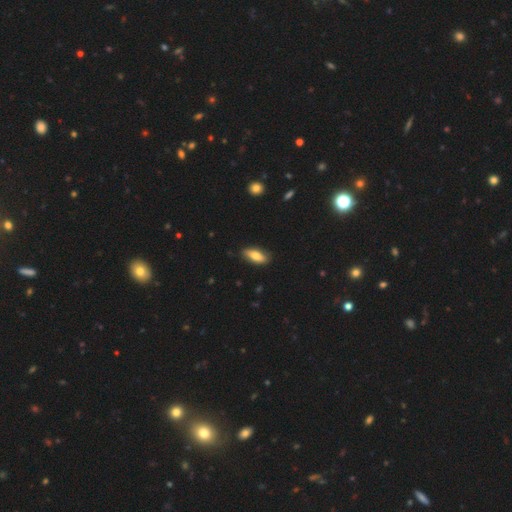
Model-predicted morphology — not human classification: This is likely a smooth galaxy (75%). How rounded: clearly in between (80%). Merging: clearly none (82%).